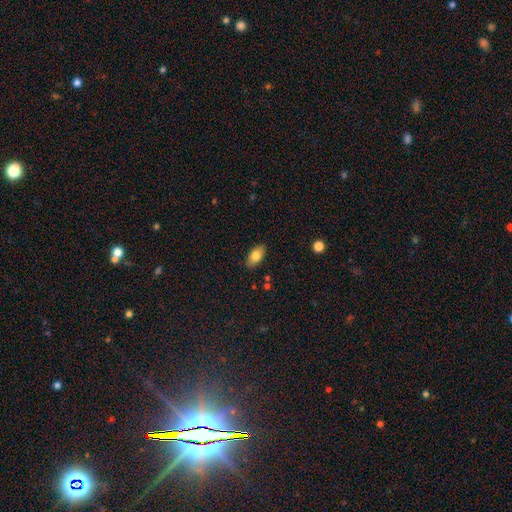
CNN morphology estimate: Smooth or featured? smooth (78%)
How rounded? in between (90%)
Merging? none (86%)